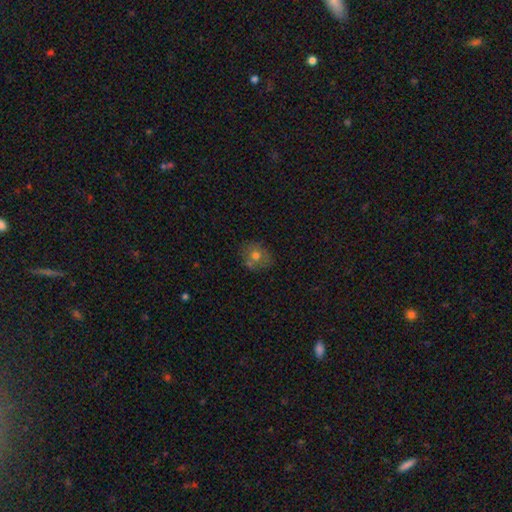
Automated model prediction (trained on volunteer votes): Smooth or featured: smooth — 66% (featured or disk — 23%)
How rounded: round — 65% (in between — 34%)
Merging: none — 62% (minor disturbance — 17%)